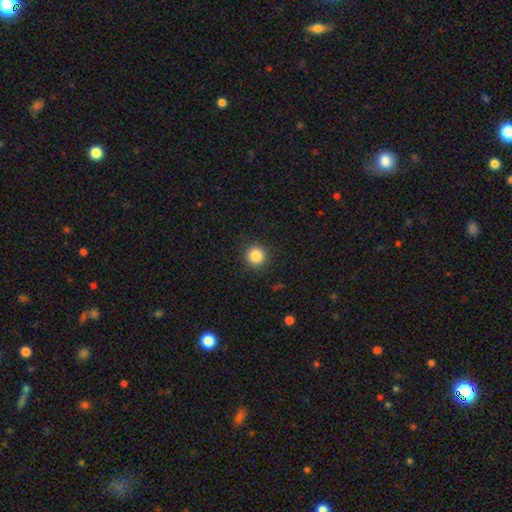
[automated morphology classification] Overall: smooth (86%). How rounded: round (94%). Merging: none (91%).